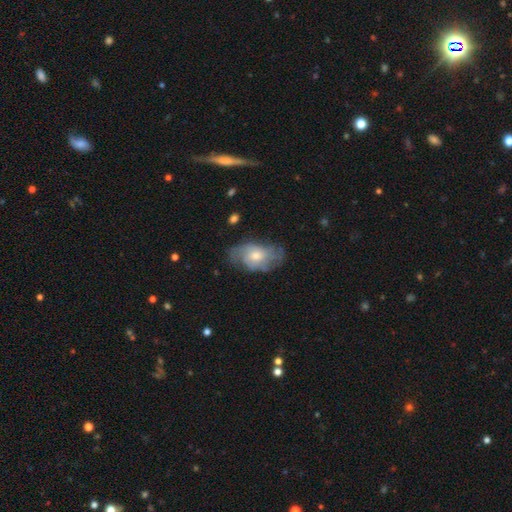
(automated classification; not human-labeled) A featured or disk galaxy (55%) with no bar (74%), spiral arms (69%) and a moderate central bulge (57%). Merging: none (57%).